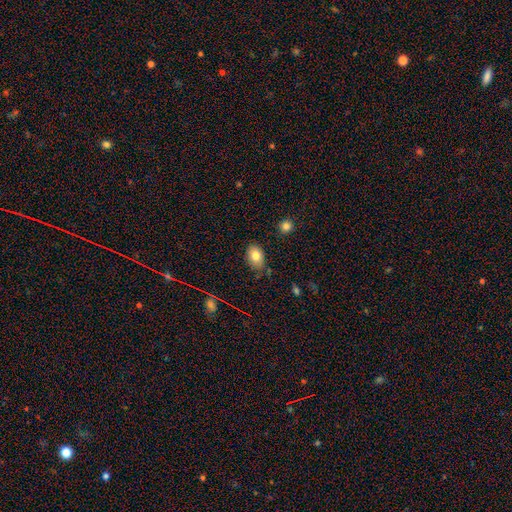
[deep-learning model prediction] smooth_or_featured: smooth (p=0.80) [alt: featured or disk p=0.11]
how_rounded: in between (p=0.85) [alt: round p=0.14]
merging: none (p=0.79) [alt: minor disturbance p=0.16]